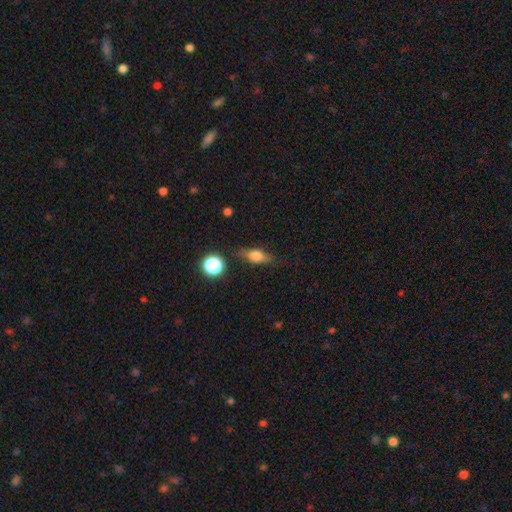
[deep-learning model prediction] Smooth or featured?
  - smooth: 64% *
  - featured or disk: 26%
  - star or artifact: 10%
How rounded?
  - in between: 60% *
  - cigar-shaped: 28%
  - round: 12%
Merging?
  - none: 79% *
  - minor disturbance: 15%
  - major disturbance: 4%
  - merger: 2%